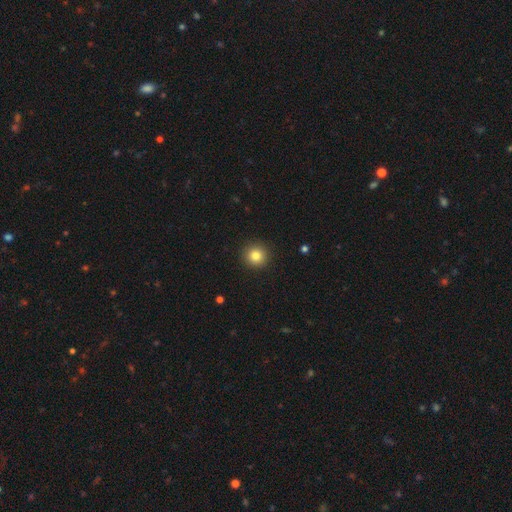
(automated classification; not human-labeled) smooth-or-featured: smooth: 82% | star or artifact: 11% | featured or disk: 6%
  how-rounded: round: 95% | in between: 4% | cigar-shaped: 1%
  merging: none: 93% | minor disturbance: 5% | major disturbance: 2% | merger: 1%